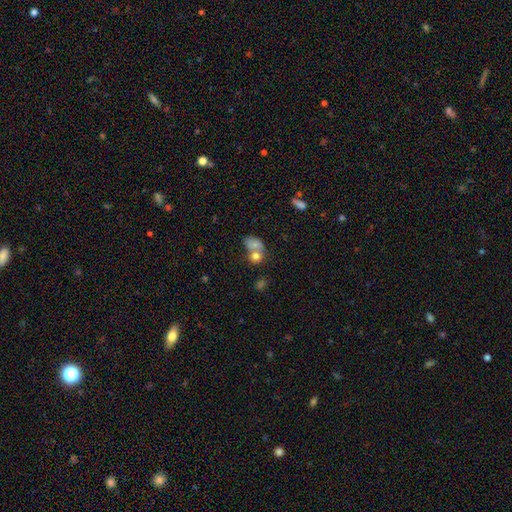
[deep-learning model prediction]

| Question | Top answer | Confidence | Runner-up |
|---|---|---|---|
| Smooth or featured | smooth | 74% | featured or disk (14%) |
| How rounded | round | 53% | in between (45%) |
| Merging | merger | 58% | none (27%) |